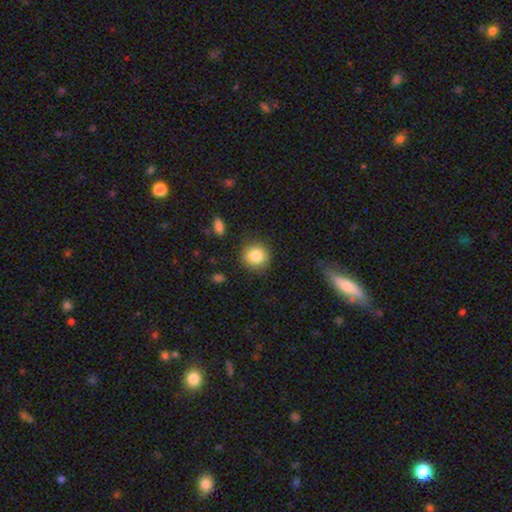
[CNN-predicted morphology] Q: Smooth or featured?
A: smooth (84%); runner-up: star or artifact (9%)
Q: How rounded?
A: round (91%); runner-up: in between (8%)
Q: Merging?
A: none (87%); runner-up: minor disturbance (9%)